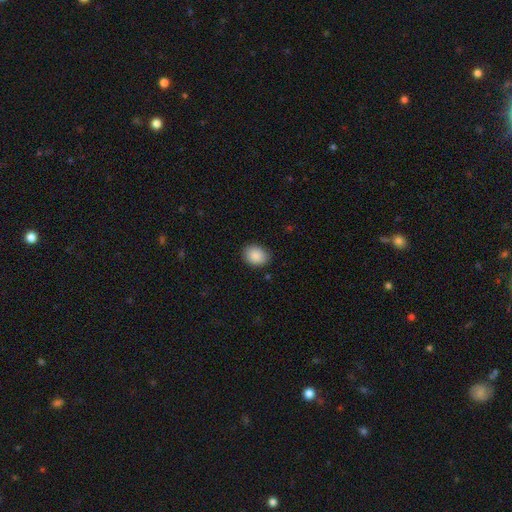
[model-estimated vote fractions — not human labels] Smooth or featured? Predicted: smooth (p=0.89). How rounded? Predicted: in between (p=0.58). Merging? Predicted: none (p=0.87).